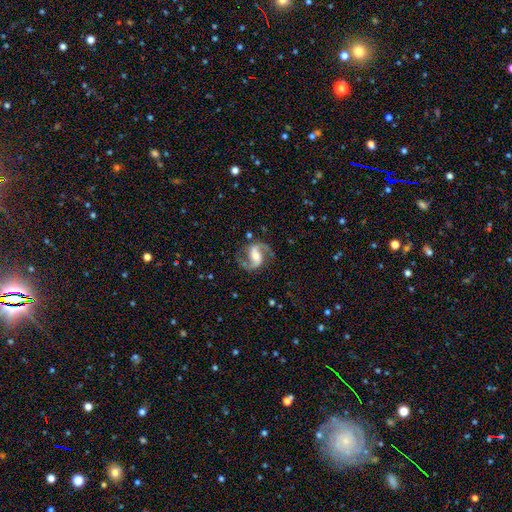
featured or disk 90%, star or artifact 10%, smooth 0%. Down the decision tree: edge-on disk — no (97%); bar — weak (44%); spiral arms — yes (100%); spiral arm count — 2 (97%); spiral winding — loose (50%); bulge size — moderate (53%); merging — none (86%).